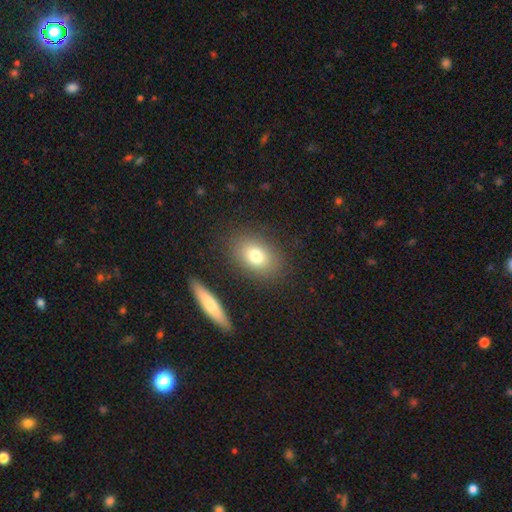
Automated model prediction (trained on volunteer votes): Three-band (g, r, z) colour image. It shows a smooth galaxy with no disk features (75%) that is in between round and cigar-shaped (71%). Merging: none (83%).